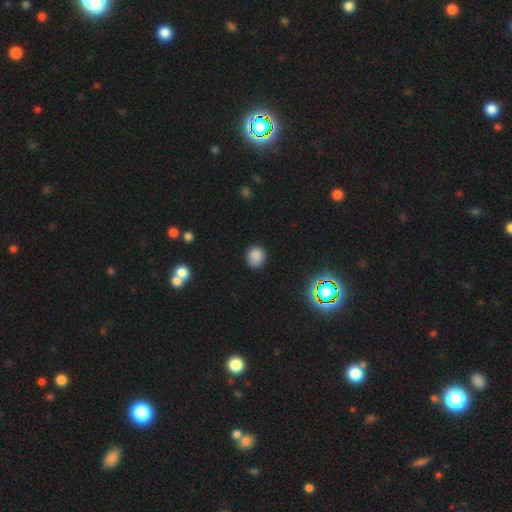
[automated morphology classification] Overall: smooth (82%). How rounded: round (83%). Merging: none (86%).